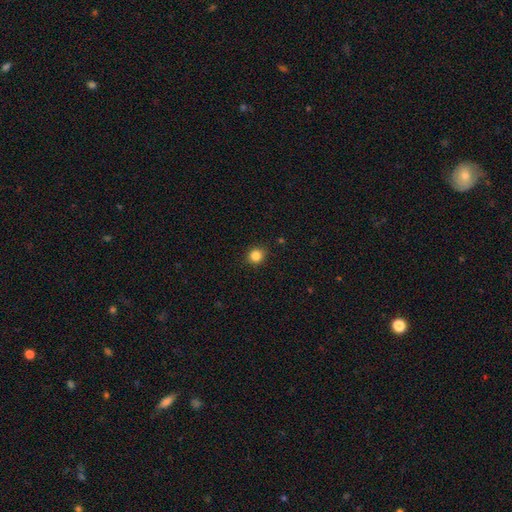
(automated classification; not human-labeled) smooth_or_featured: smooth (p=0.84) [alt: star or artifact p=0.12]
how_rounded: round (p=0.86) [alt: in between p=0.13]
merging: none (p=0.89) [alt: minor disturbance p=0.08]